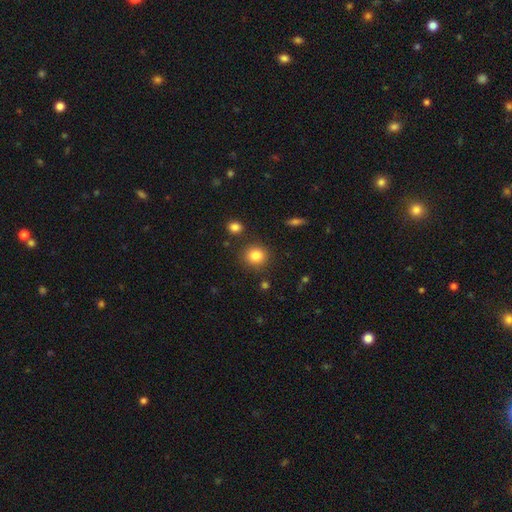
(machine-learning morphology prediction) Smooth or featured?
  - smooth: 84% *
  - star or artifact: 10%
  - featured or disk: 6%
How rounded?
  - round: 87% *
  - in between: 12%
  - cigar-shaped: 1%
Merging?
  - none: 86% *
  - minor disturbance: 8%
  - merger: 4%
  - major disturbance: 3%